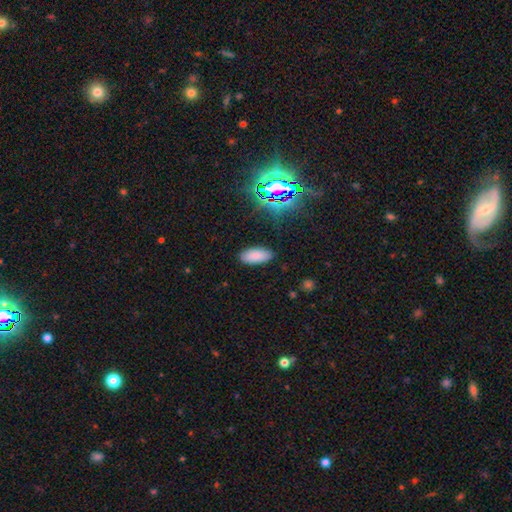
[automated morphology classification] smooth_or_featured: smooth (p=0.81) [alt: star or artifact p=0.13]
how_rounded: in between (p=0.89) [alt: cigar-shaped p=0.08]
merging: none (p=0.87) [alt: minor disturbance p=0.09]